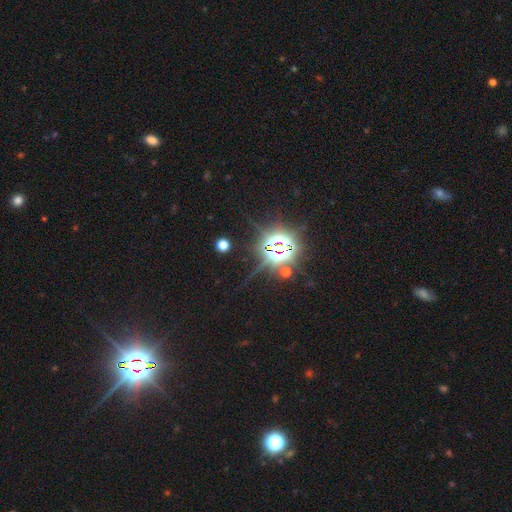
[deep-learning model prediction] smooth_or_featured: star or artifact (p=0.83) [alt: smooth p=0.10]